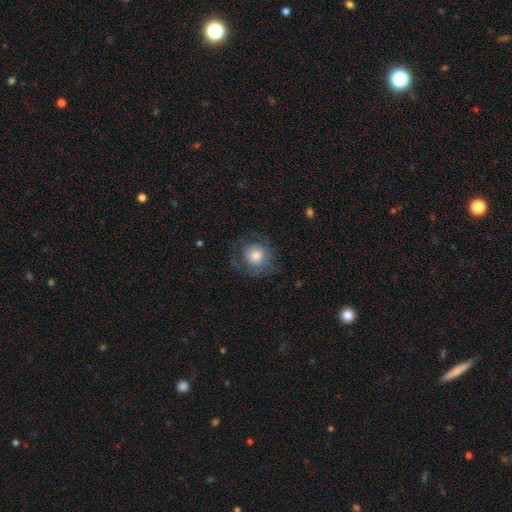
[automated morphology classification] Smooth or featured? Predicted: smooth (p=0.65). How rounded? Predicted: round (p=0.87). Merging? Predicted: none (p=0.67).